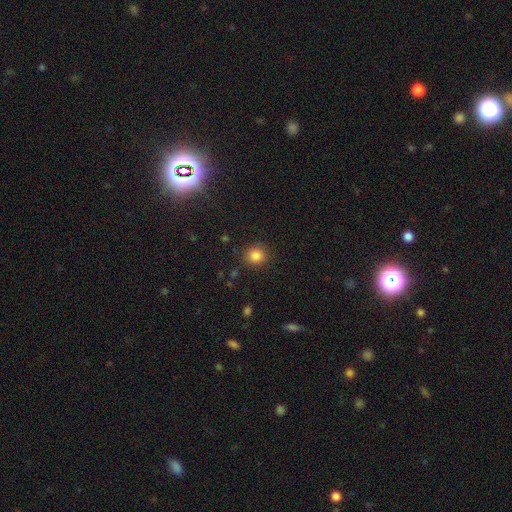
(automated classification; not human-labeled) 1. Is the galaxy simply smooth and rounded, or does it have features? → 85% smooth, 11% star or artifact, 4% featured or disk.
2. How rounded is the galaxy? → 87% round, 12% in between, 1% cigar-shaped.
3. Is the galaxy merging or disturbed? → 87% none, 8% minor disturbance, 3% major disturbance, 2% merger.